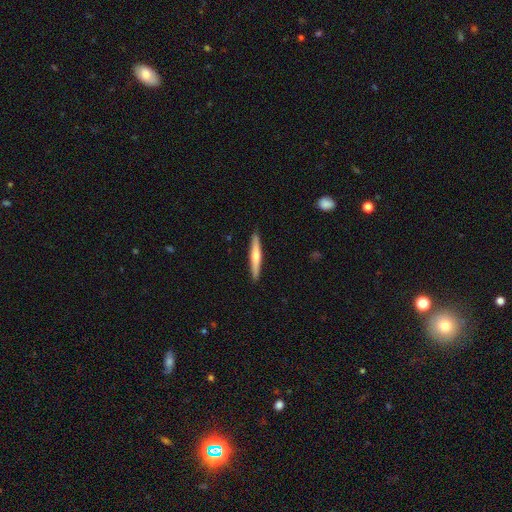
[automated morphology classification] Overall: smooth (53%; featured or disk 42%). How rounded: cigar-shaped (94%). Merging: none (91%).